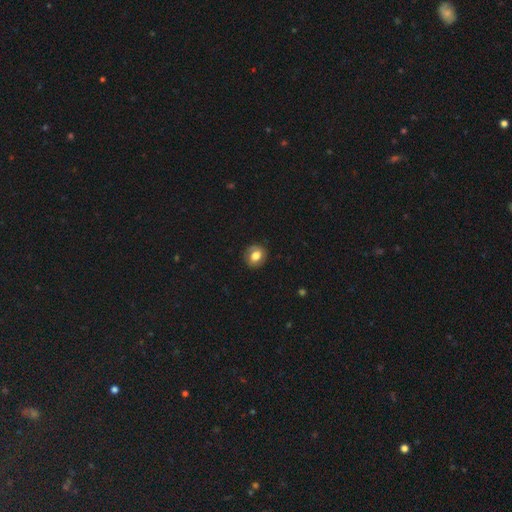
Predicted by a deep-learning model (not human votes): A smooth galaxy with no disk features (72%) that is round (63%). Merging: none (86%).